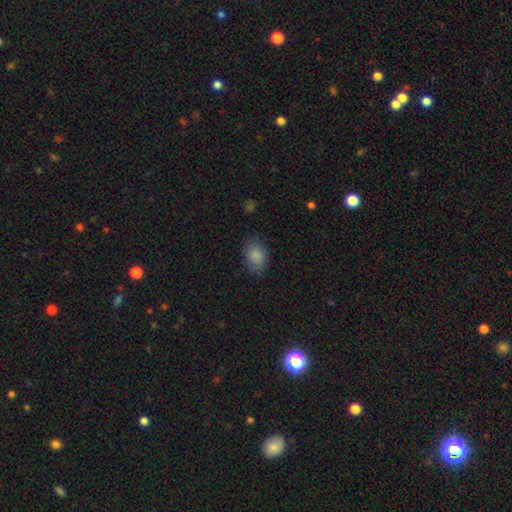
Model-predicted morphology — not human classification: type=smooth (86%); roundness=in between (76%); merging=none (79%).